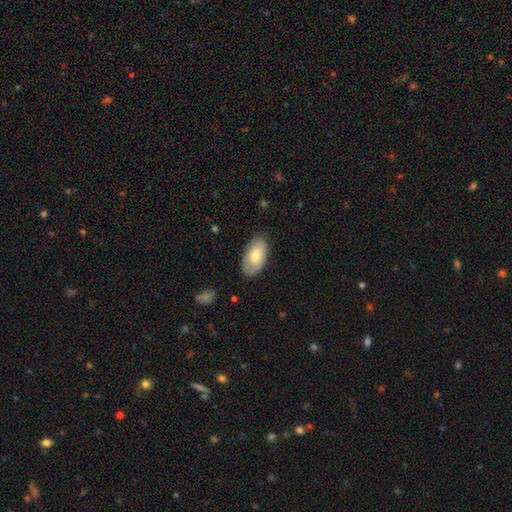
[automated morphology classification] Q: Smooth or featured?
A: smooth (70%); runner-up: featured or disk (25%)
Q: How rounded?
A: in between (95%); runner-up: round (3%)
Q: Merging?
A: none (80%); runner-up: minor disturbance (16%)